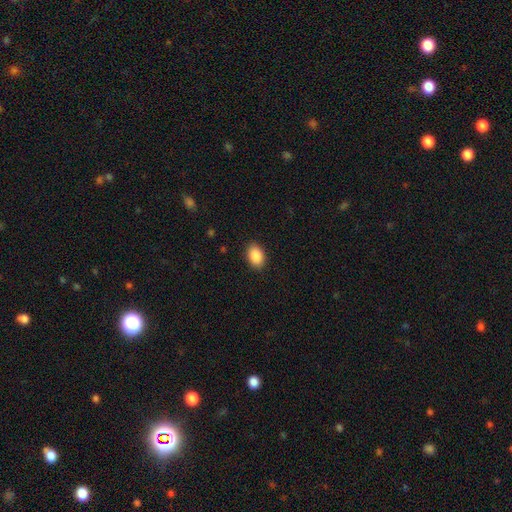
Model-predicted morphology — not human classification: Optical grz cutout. It shows a smooth galaxy with no disk features (89%) that is in between round and cigar-shaped (87%). Merging: none (89%).